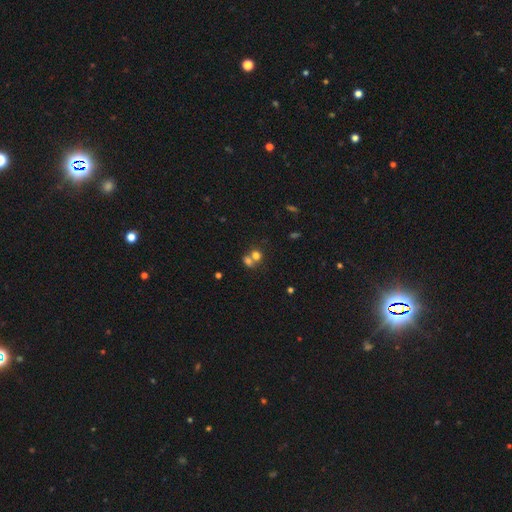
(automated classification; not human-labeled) smooth 70%, star or artifact 16%, featured or disk 14%. Down the decision tree: how rounded — round (68%); merging — merger (55%).